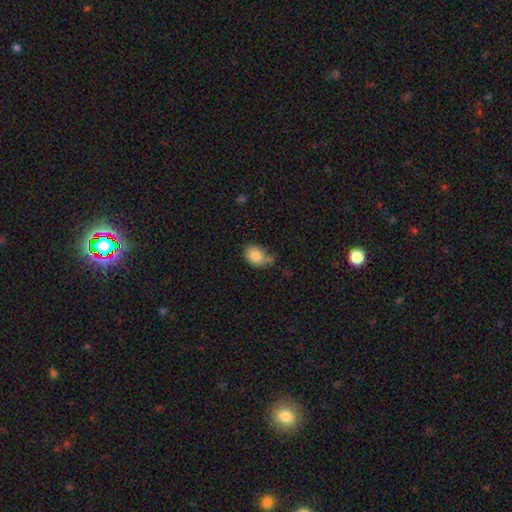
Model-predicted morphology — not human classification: Smooth or featured? Predicted: smooth (p=0.83). How rounded? Predicted: in between (p=0.63). Merging? Predicted: none (p=0.59).